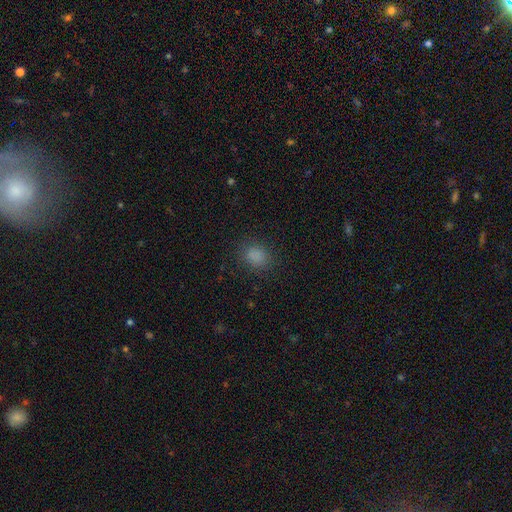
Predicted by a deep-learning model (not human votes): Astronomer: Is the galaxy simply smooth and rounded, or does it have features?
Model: smooth — 83%.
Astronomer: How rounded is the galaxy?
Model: round — 56% (runner-up: in between, 43%).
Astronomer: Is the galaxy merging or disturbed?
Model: none — 84%.